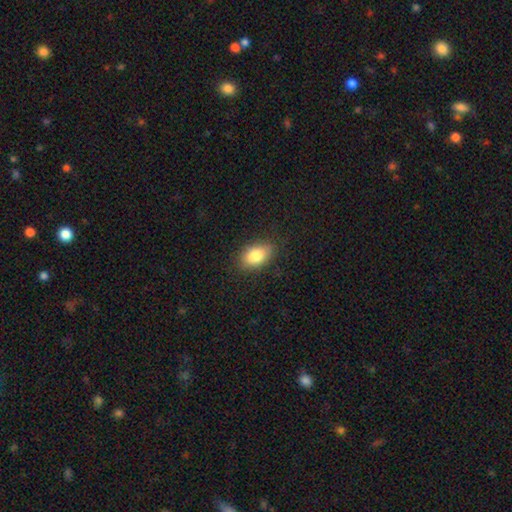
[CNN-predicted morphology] This is clearly a smooth galaxy (83%). How rounded: clearly in between (86%). Merging: clearly none (84%).